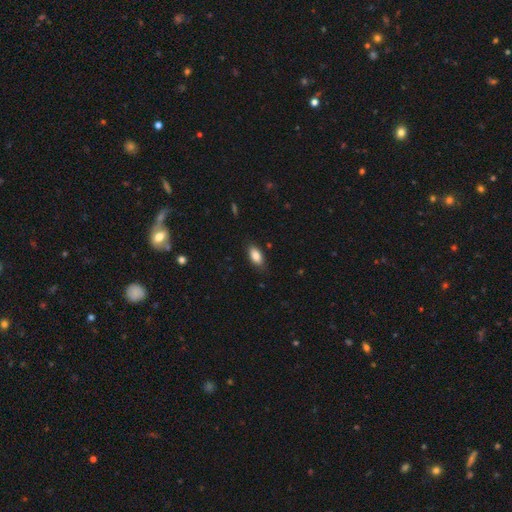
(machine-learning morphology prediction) Smooth or featured?
  - smooth: 85% *
  - featured or disk: 8%
  - star or artifact: 7%
How rounded?
  - in between: 90% *
  - cigar-shaped: 6%
  - round: 3%
Merging?
  - none: 82% *
  - minor disturbance: 14%
  - major disturbance: 3%
  - merger: 1%